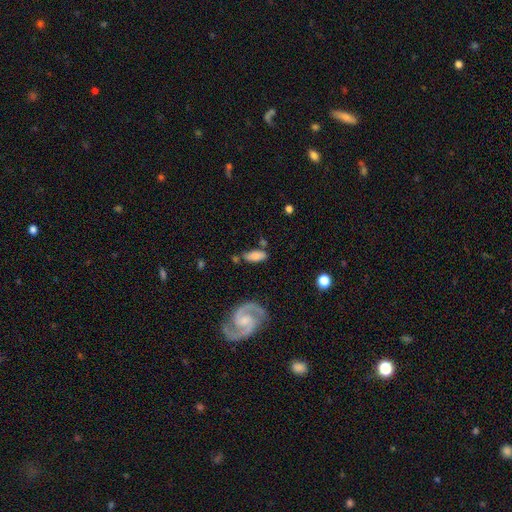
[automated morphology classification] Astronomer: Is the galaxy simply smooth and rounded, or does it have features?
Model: smooth — 69%.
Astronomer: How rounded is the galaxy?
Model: in between — 82%.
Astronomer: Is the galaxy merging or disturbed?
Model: none — 67%.